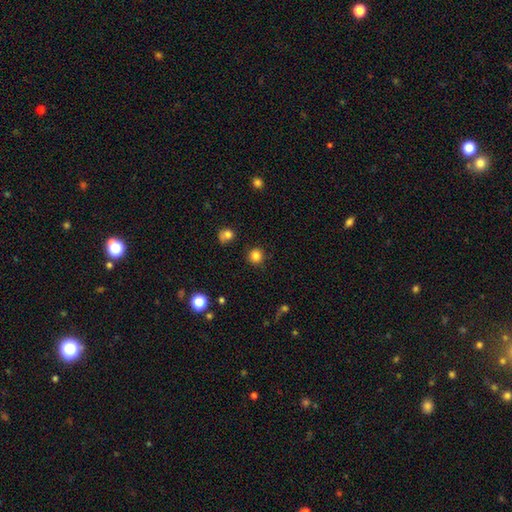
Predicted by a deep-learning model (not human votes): A smooth galaxy with no disk features (83%) that is round (94%).

Vote fractions:
- Smooth or featured? smooth: 83% / star or artifact: 12% / featured or disk: 4%
- How rounded? round: 94% / in between: 5% / cigar-shaped: 1%
- Merging? none: 90% / minor disturbance: 6% / merger: 2% / major disturbance: 2%